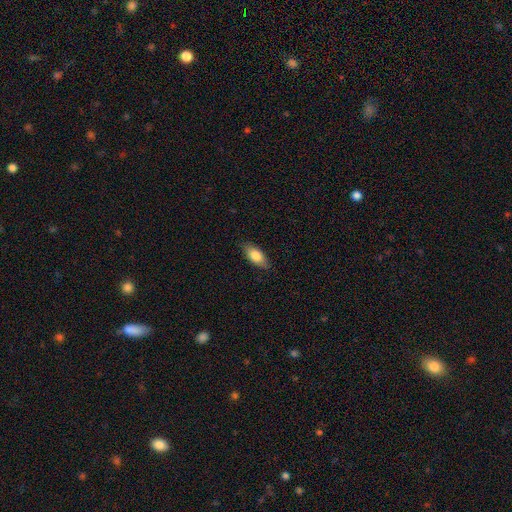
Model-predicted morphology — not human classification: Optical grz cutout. It shows a smooth galaxy with no disk features (80%) that is in between round and cigar-shaped (86%). Merging: none (84%).